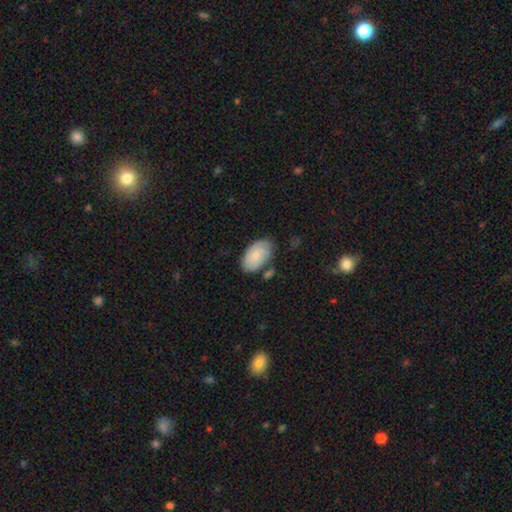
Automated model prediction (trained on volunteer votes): Q: Smooth or featured?
A: smooth (67%); runner-up: featured or disk (27%)
Q: How rounded?
A: in between (93%); runner-up: round (5%)
Q: Merging?
A: none (68%); runner-up: minor disturbance (21%)